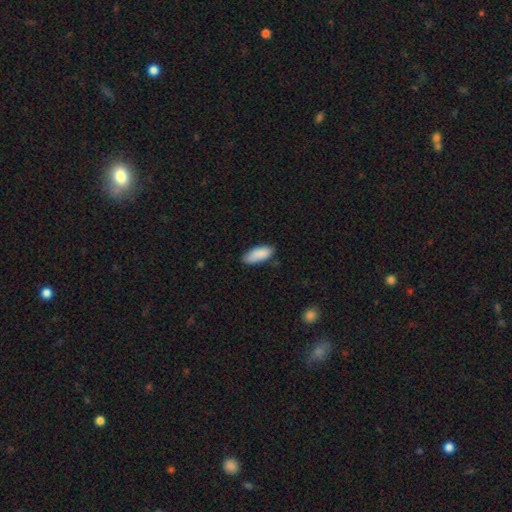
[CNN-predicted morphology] A smooth galaxy with no disk features (89%) that is in between round and cigar-shaped (84%). Merging: none (74%).